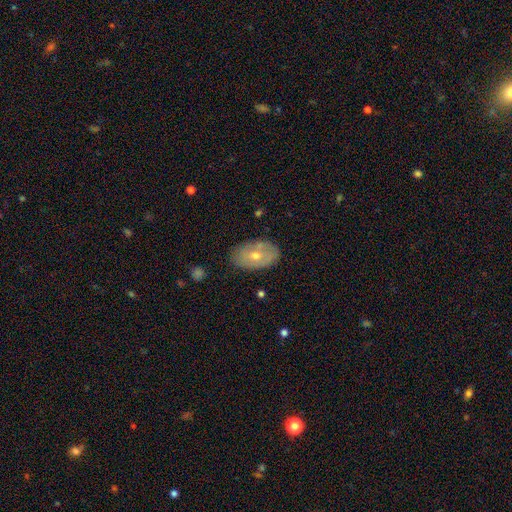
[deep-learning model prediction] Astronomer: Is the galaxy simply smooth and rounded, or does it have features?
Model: featured or disk — 49% (runner-up: smooth, 43%).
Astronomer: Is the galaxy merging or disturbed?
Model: none — 80%.